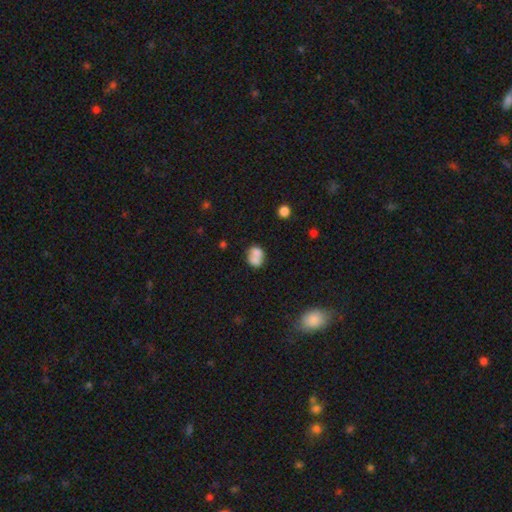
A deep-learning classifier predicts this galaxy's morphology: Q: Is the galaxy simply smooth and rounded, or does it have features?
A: smooth — 71%.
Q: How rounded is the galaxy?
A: round — 54%.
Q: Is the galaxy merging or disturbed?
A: merger — 55%.